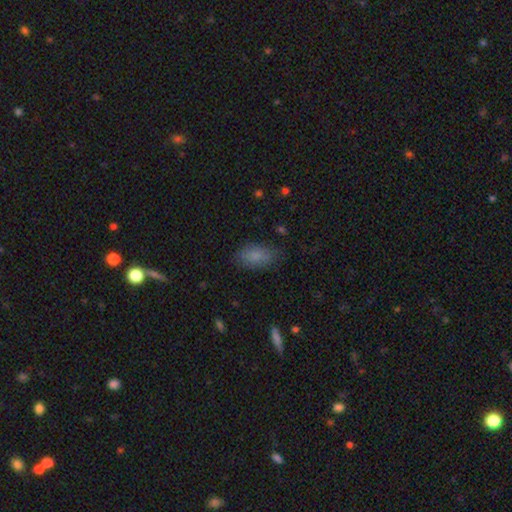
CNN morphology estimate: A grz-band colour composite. It shows a smooth galaxy with no disk features (84%) that is in between round and cigar-shaped (91%). Merging: none (76%).